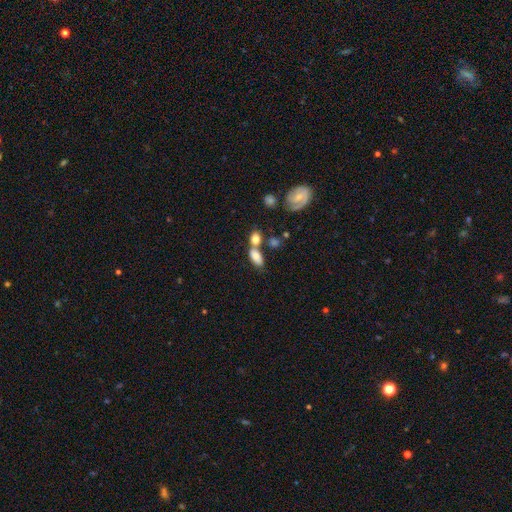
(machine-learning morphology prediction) A smooth galaxy with no disk features (78%) that is in between round and cigar-shaped (86%).

Vote fractions:
- Smooth or featured? smooth: 78% / featured or disk: 14% / star or artifact: 8%
- How rounded? in between: 86% / round: 7% / cigar-shaped: 7%
- Merging? merger: 43% / none: 36% / minor disturbance: 14% / major disturbance: 7%